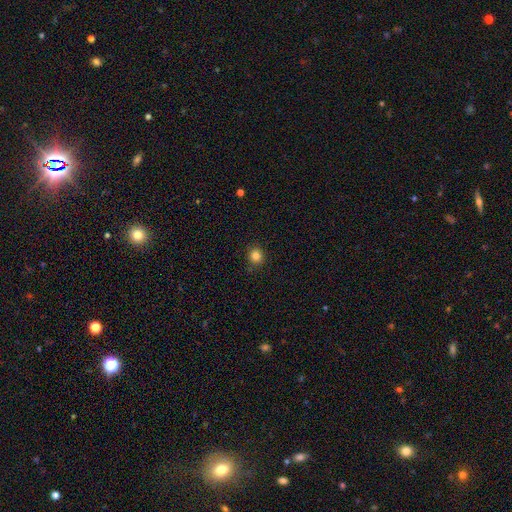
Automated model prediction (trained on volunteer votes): A smooth galaxy with no disk features (83%) that is round (89%). Merging: none (88%).